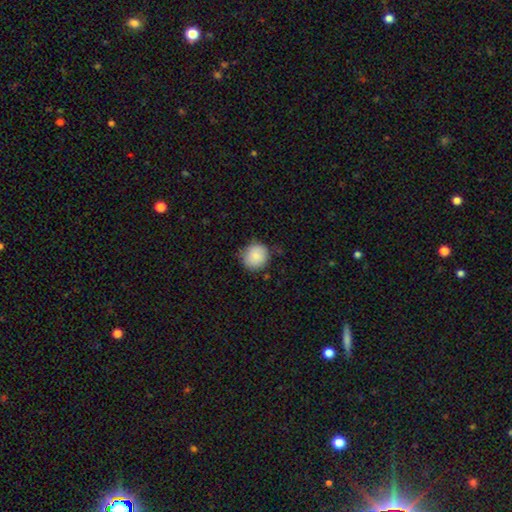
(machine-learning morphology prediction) Smooth or featured?
  - smooth: 86% *
  - star or artifact: 8%
  - featured or disk: 6%
How rounded?
  - round: 88% *
  - in between: 11%
  - cigar-shaped: 1%
Merging?
  - none: 79% *
  - minor disturbance: 17%
  - major disturbance: 3%
  - merger: 1%